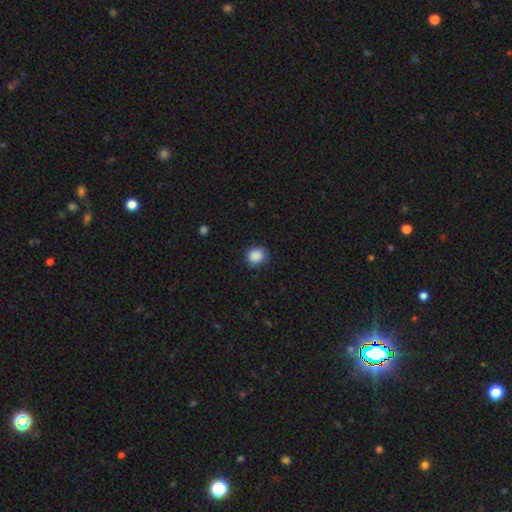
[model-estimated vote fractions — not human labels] Smooth or featured? Predicted: smooth (p=0.88). How rounded? Predicted: round (p=0.73). Merging? Predicted: none (p=0.84).